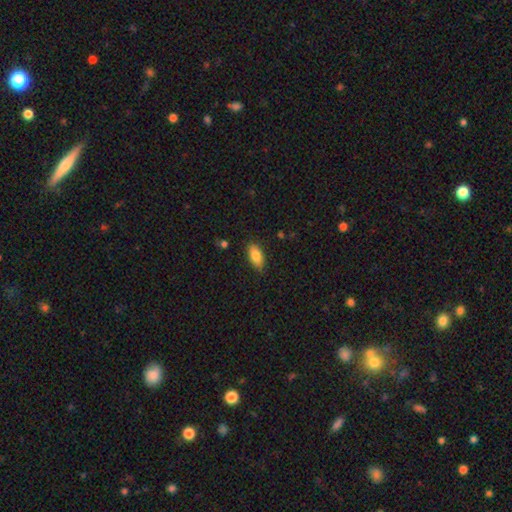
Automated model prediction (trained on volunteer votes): Smooth or featured?
  - smooth: 84% *
  - featured or disk: 9%
  - star or artifact: 7%
How rounded?
  - in between: 86% *
  - cigar-shaped: 11%
  - round: 2%
Merging?
  - none: 84% *
  - minor disturbance: 12%
  - major disturbance: 2%
  - merger: 1%